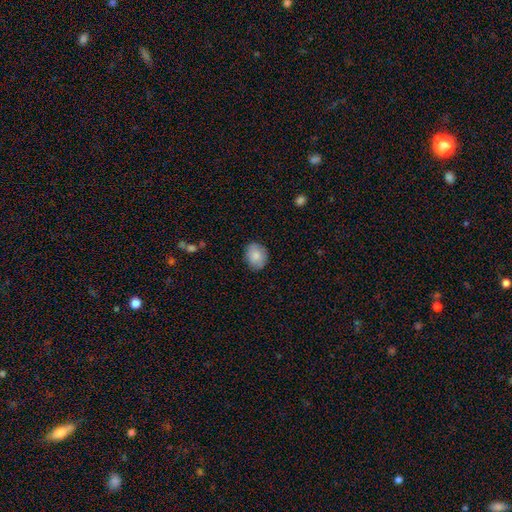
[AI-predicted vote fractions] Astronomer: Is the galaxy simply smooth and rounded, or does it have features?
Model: smooth — 85%.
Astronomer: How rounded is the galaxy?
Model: in between — 57% (runner-up: round, 42%).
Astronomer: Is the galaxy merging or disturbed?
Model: none — 84%.